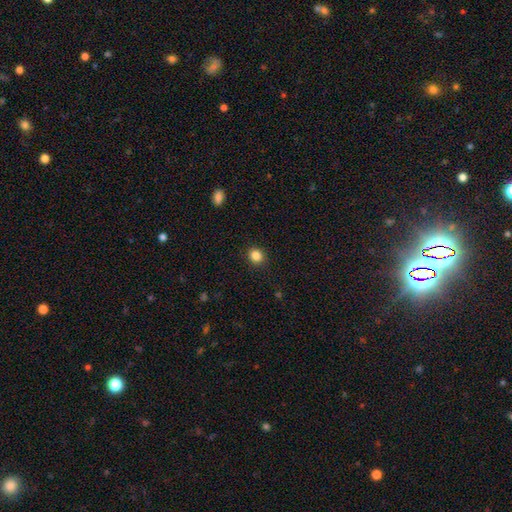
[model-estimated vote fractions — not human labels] A smooth galaxy with no disk features (85%) that is round (84%). Merging: none (90%).